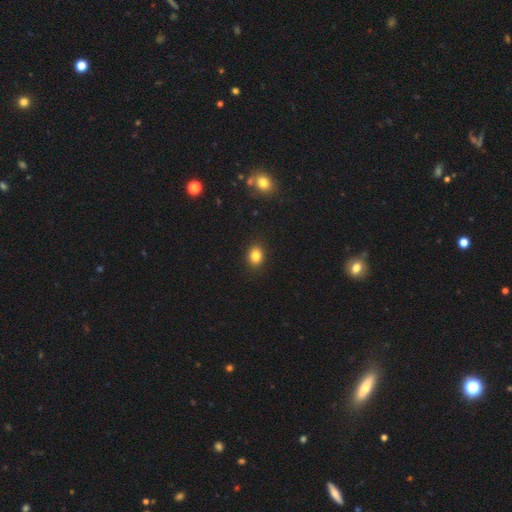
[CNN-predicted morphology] Q: Smooth or featured?
A: smooth (83%); runner-up: star or artifact (11%)
Q: How rounded?
A: in between (59%); runner-up: round (40%)
Q: Merging?
A: none (90%); runner-up: minor disturbance (7%)